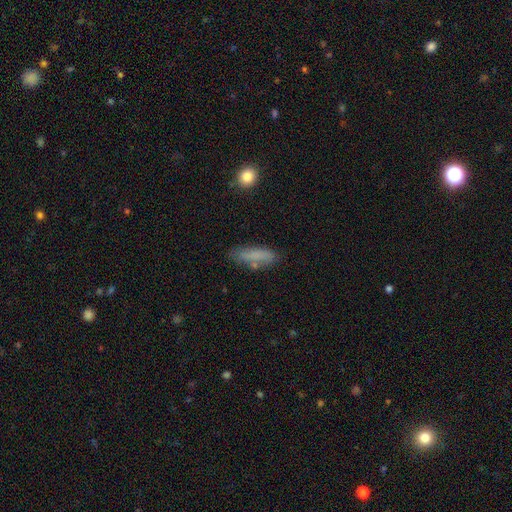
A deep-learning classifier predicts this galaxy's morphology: A smooth galaxy with no disk features (78%) that is cigar-shaped (63%).

Vote fractions:
- Smooth or featured? smooth: 78% / featured or disk: 14% / star or artifact: 9%
- How rounded? cigar-shaped: 63% / in between: 35% / round: 2%
- Merging? none: 71% / minor disturbance: 20% / major disturbance: 5% / merger: 5%